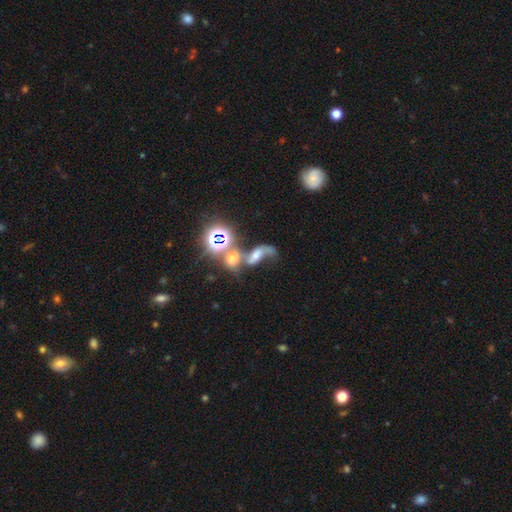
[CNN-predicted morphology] featured or disk 38%, smooth 32%, star or artifact 30%. Down the decision tree: merging — merger (53%).